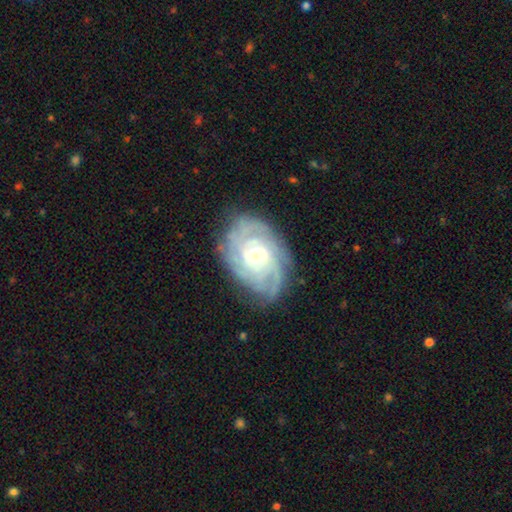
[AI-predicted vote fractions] This appears to be a featured or disk galaxy (86%) with no bar (55%), tight (72%) spiral arms (96%) and a moderate central bulge (55%). Merging: none (76%).